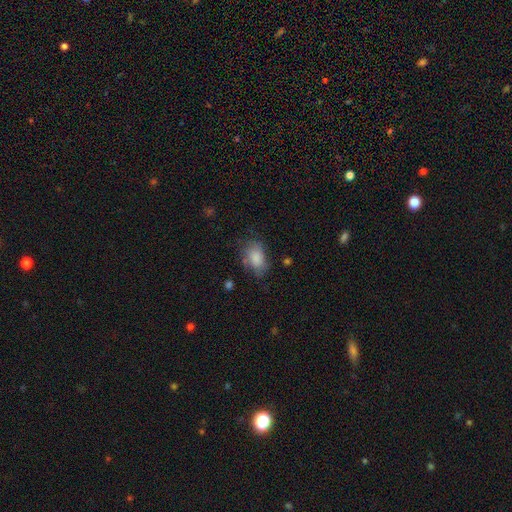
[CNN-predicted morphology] This appears to be a smooth galaxy with no disk features (80%) that is in between round and cigar-shaped (84%). Merging: none (57%).